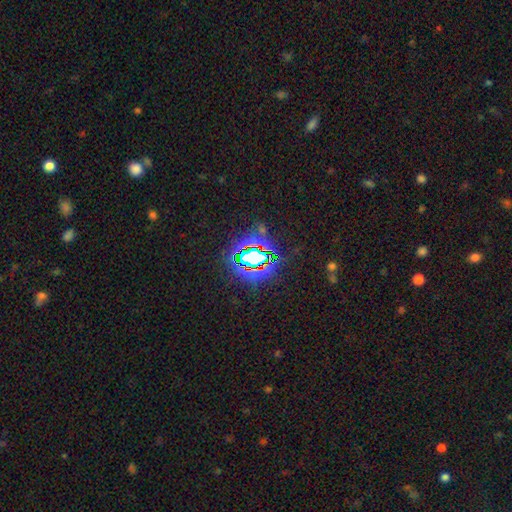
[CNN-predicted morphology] smooth_or_featured: star or artifact (p=0.75) [alt: smooth p=0.15]